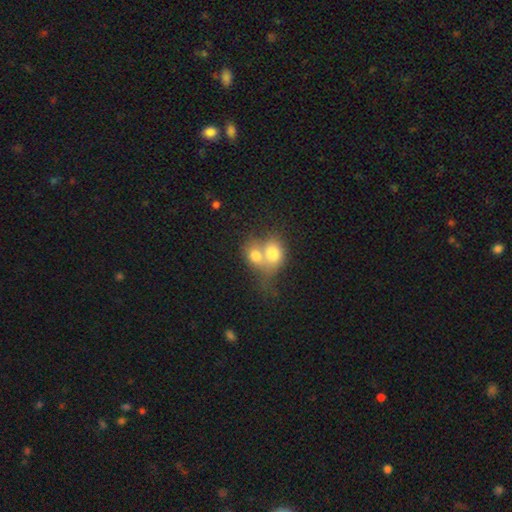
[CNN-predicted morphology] Smooth or featured? smooth (72%)
How rounded? round (56%)
Merging? merger (76%)